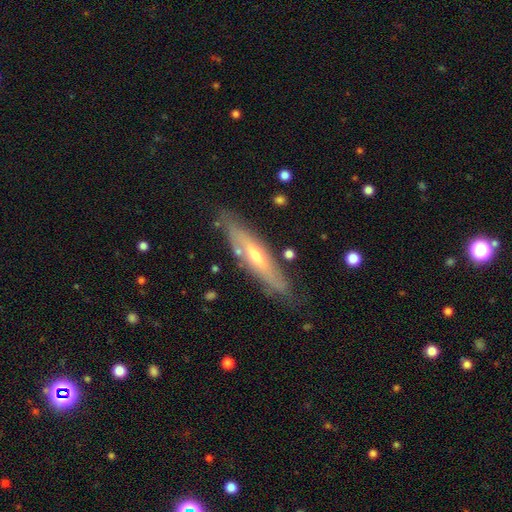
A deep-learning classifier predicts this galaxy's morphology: A featured or disk galaxy (68%) viewed edge-on (63%). Merging: none (80%).